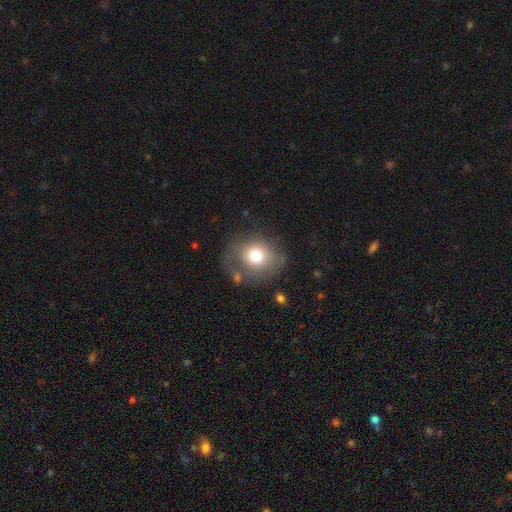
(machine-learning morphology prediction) smooth_or_featured: smooth (p=0.75) [alt: featured or disk p=0.16]
how_rounded: round (p=0.78) [alt: in between p=0.21]
merging: none (p=0.62) [alt: minor disturbance p=0.21]